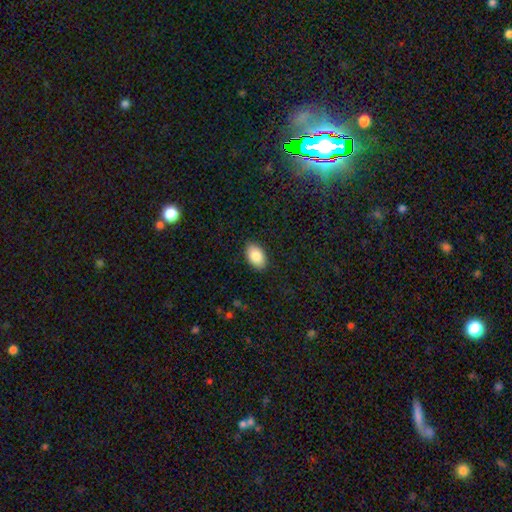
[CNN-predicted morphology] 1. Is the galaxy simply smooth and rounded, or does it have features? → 88% smooth, 6% star or artifact, 6% featured or disk.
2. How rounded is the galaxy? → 93% in between, 6% round, 1% cigar-shaped.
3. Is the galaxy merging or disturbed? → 88% none, 9% minor disturbance, 2% major disturbance, 1% merger.